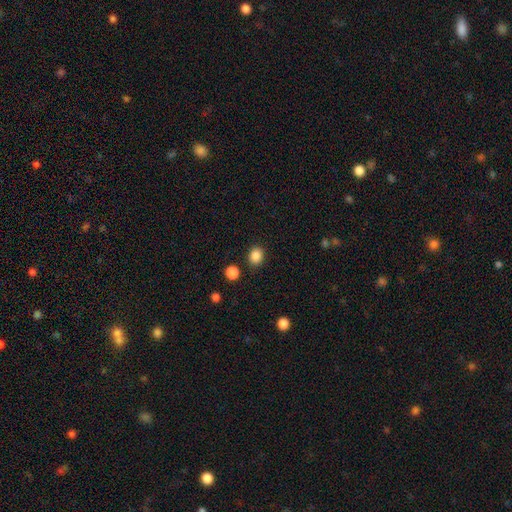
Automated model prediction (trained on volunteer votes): Smooth or featured? Predicted: smooth (p=0.86). How rounded? Predicted: round (p=0.63). Merging? Predicted: none (p=0.87).